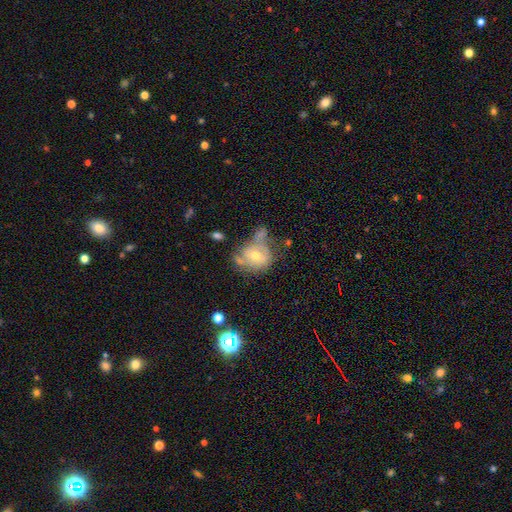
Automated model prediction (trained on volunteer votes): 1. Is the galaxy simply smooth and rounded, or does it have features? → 47% featured or disk, 44% smooth, 9% star or artifact.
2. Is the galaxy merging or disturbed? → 31% none, 24% merger, 23% major disturbance, 23% minor disturbance.